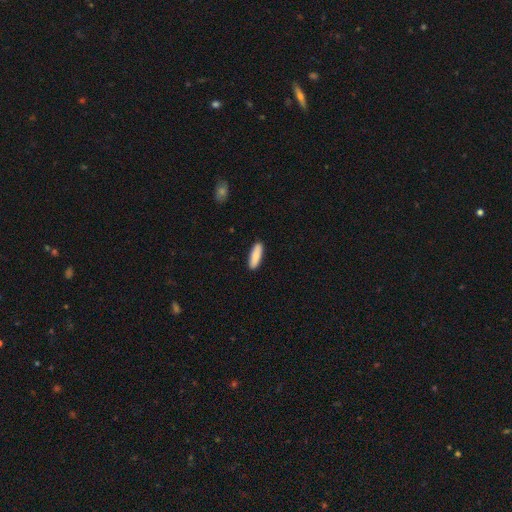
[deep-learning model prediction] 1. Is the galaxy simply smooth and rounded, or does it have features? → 87% smooth, 7% featured or disk, 5% star or artifact.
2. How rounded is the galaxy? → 58% cigar-shaped, 40% in between, 2% round.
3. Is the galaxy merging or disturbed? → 90% none, 7% minor disturbance, 1% major disturbance, 1% merger.